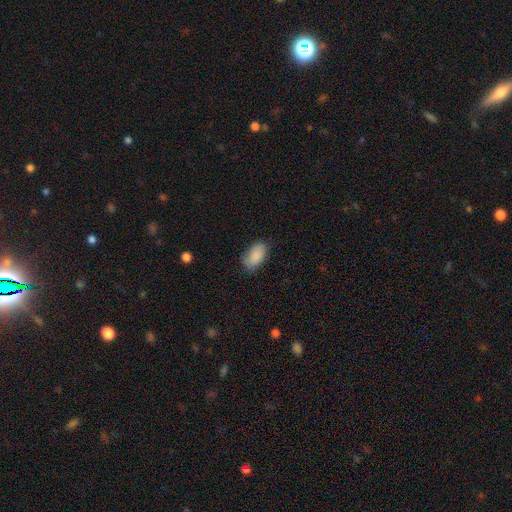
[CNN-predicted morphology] This is clearly a smooth galaxy (88%). How rounded: clearly in between (94%). Merging: likely none (75%).